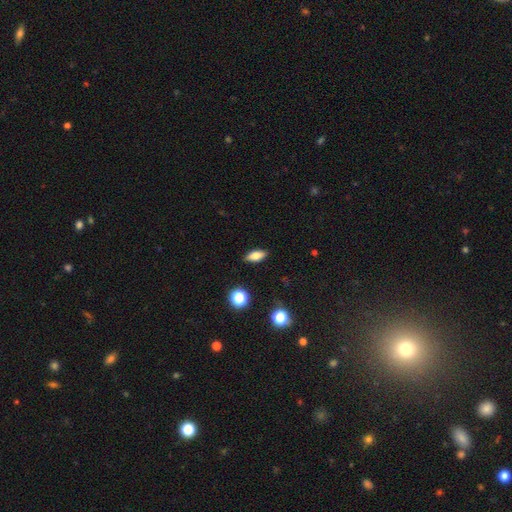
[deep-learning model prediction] Smooth or featured?
  - smooth: 70% *
  - featured or disk: 20%
  - star or artifact: 9%
How rounded?
  - in between: 75% *
  - cigar-shaped: 20%
  - round: 5%
Merging?
  - none: 88% *
  - minor disturbance: 9%
  - major disturbance: 2%
  - merger: 1%